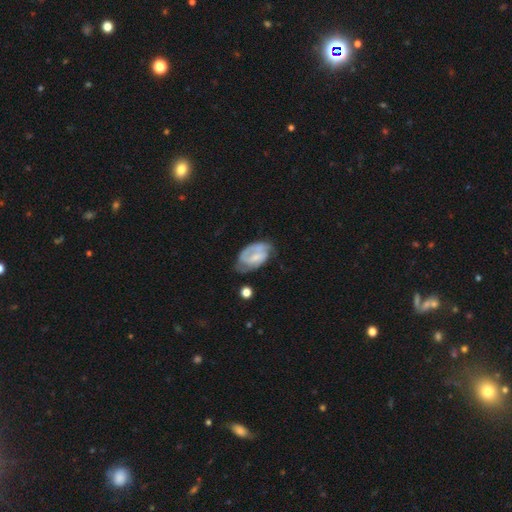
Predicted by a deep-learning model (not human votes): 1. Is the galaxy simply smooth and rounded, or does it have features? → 65% featured or disk, 29% smooth, 7% star or artifact.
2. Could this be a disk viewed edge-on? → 96% no, 4% yes.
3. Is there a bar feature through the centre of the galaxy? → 45% weak, 38% no, 17% strong.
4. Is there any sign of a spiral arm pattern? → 79% yes, 21% no.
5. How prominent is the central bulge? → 36% small, 32% none, 25% moderate, 6% large, 1% dominant.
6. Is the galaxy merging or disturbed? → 46% none, 32% minor disturbance, 19% major disturbance, 3% merger.